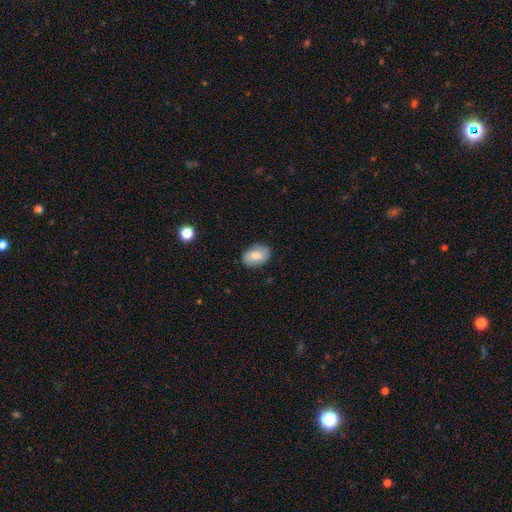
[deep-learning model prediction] smooth 72%, featured or disk 21%, star or artifact 7%. Down the decision tree: how rounded — in between (84%); merging — none (82%).